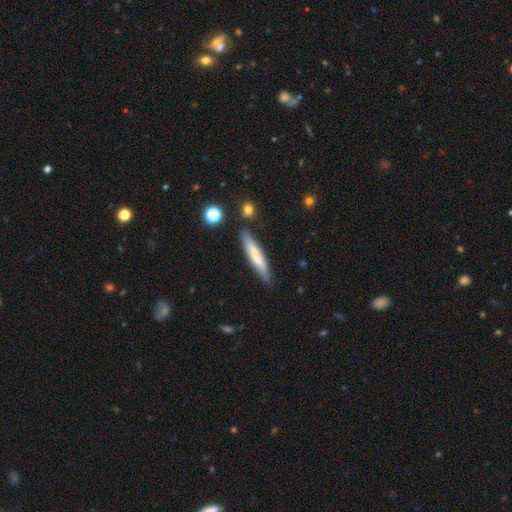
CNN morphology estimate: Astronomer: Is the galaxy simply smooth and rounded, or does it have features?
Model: smooth — 68%.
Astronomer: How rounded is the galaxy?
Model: cigar-shaped — 91%.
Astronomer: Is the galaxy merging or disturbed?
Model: none — 84%.